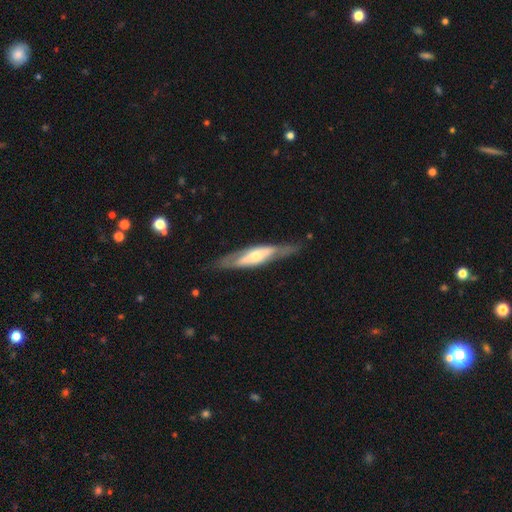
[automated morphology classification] The model was most divided on "edge-on disk": yes: 56%, no: 44%. More confident: merging — none (74%); smooth or featured — featured or disk (67%).